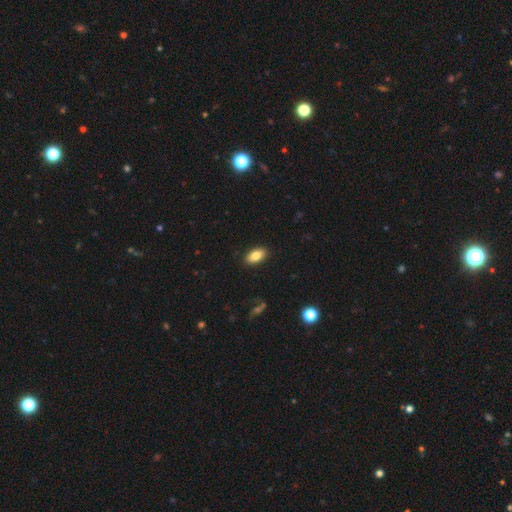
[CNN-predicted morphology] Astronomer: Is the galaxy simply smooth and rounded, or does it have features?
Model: smooth — 84%.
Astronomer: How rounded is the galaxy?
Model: in between — 91%.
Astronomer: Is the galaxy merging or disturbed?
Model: none — 89%.